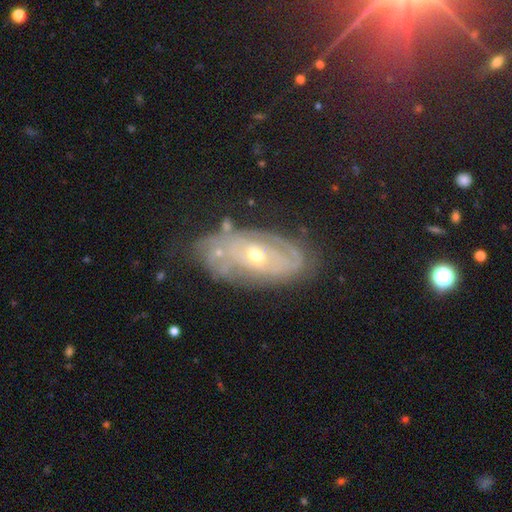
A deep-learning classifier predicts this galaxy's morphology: type=featured or disk (78%); edge-on=no (91%); bar=no (65%); spiral arms=yes (84%); winding=tight (70%); arm count=can't tell (50%); bulge=moderate (51%); merging=none (74%).